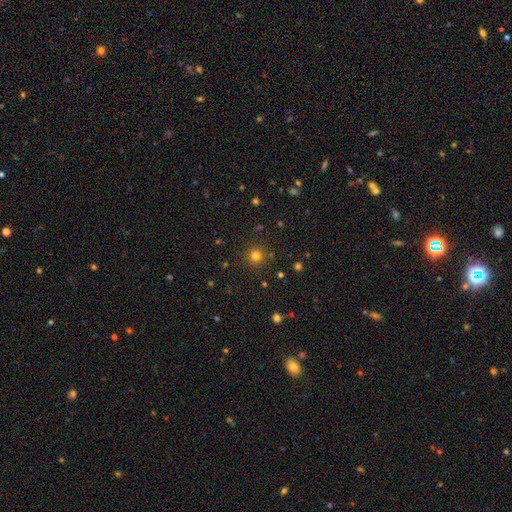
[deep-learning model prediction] Smooth or featured? Predicted: smooth (p=0.78). How rounded? Predicted: round (p=0.95). Merging? Predicted: none (p=0.89).